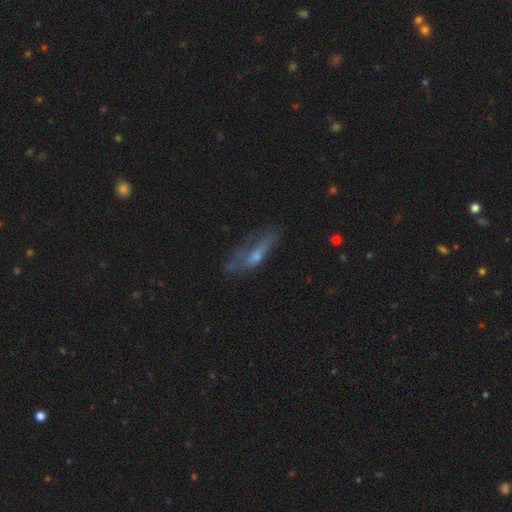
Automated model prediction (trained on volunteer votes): featured or disk 47%, smooth 41%, star or artifact 11%. Down the decision tree: merging — none (48%).